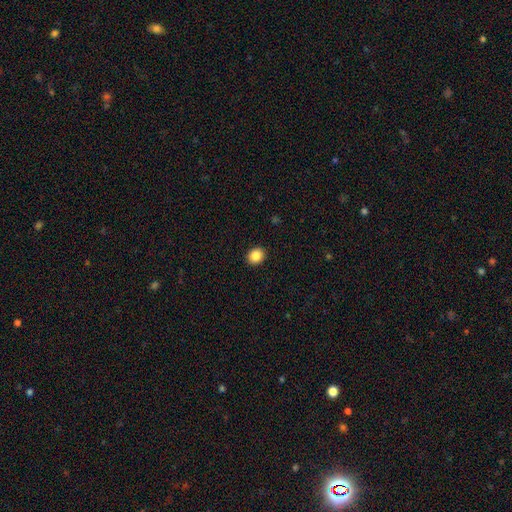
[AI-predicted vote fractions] smooth 86%, star or artifact 9%, featured or disk 5%. Down the decision tree: how rounded — round (64%); merging — none (92%).